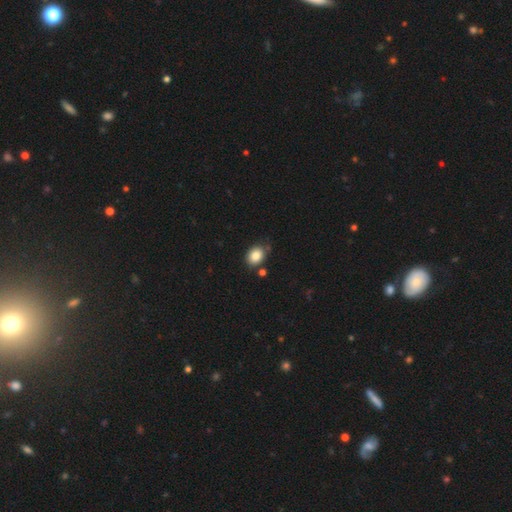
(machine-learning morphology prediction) The model was most divided on "how rounded": in between: 58%, round: 41%, cigar-shaped: 1%. More confident: smooth or featured — smooth (85%); merging — none (75%).